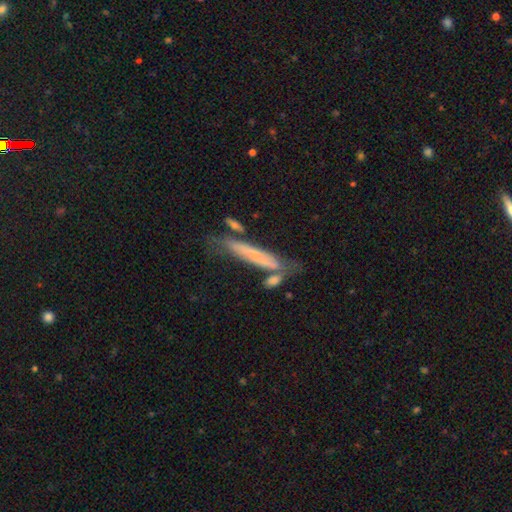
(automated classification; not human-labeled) Smooth or featured: smooth — 54% (featured or disk — 38%)
How rounded: cigar-shaped — 92% (in between — 7%)
Merging: none — 53% (minor disturbance — 20%)